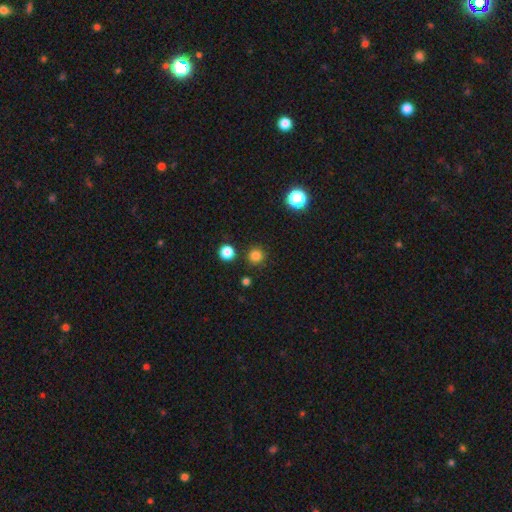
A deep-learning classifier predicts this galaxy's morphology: Smooth or featured? smooth (81%)
How rounded? round (95%)
Merging? none (89%)